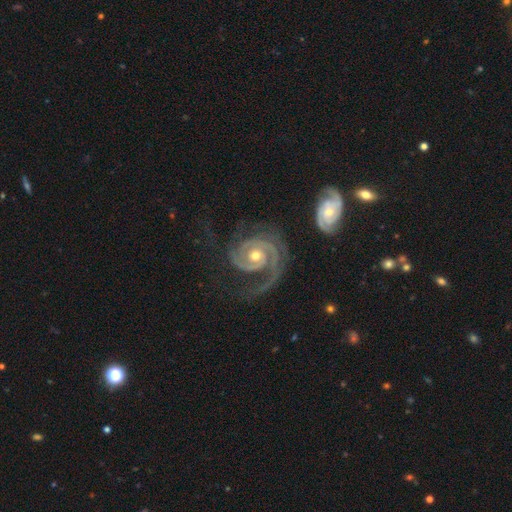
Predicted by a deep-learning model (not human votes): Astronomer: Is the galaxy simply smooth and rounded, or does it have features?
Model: featured or disk — 92%.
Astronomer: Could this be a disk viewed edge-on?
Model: no — 98%.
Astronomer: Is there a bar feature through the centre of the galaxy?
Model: no — 67%.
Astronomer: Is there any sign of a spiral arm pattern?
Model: yes — 98%.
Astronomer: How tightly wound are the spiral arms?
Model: tight — 62%.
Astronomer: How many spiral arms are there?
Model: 2 — 64%.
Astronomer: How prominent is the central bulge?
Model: moderate — 61%.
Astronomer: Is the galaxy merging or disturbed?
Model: none — 57%.